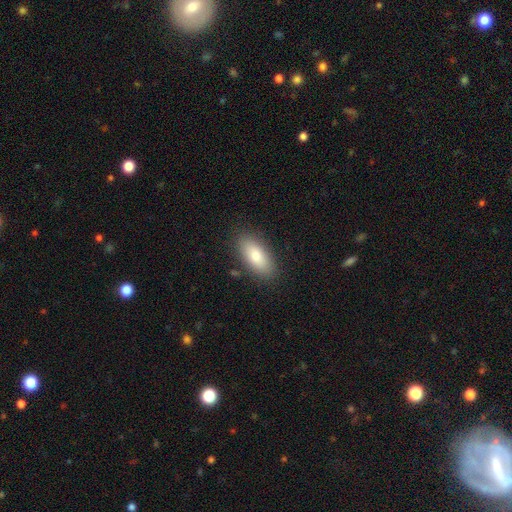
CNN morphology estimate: The model was most divided on "smooth or featured": smooth: 80%, featured or disk: 14%, star or artifact: 7%. More confident: how rounded — in between (86%); merging — none (86%).